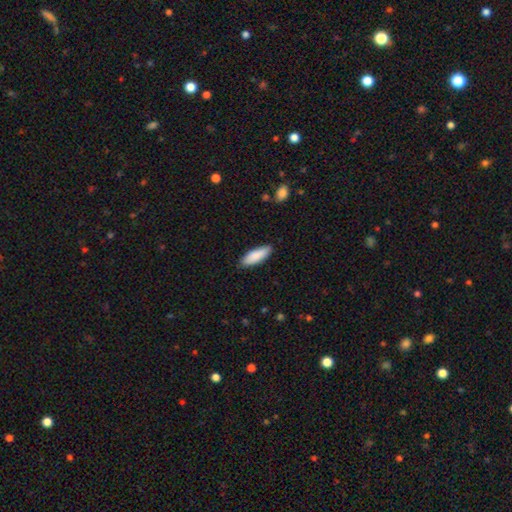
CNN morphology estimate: This is clearly a smooth galaxy (88%). How rounded: likely in between (61%). Merging: clearly none (87%).